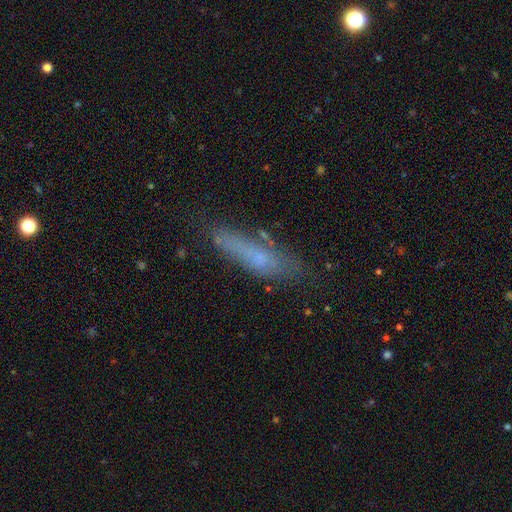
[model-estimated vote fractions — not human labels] Overall: smooth (59%; featured or disk 30%). How rounded: cigar-shaped (76%). Merging: none (62%; minor disturbance 23%).